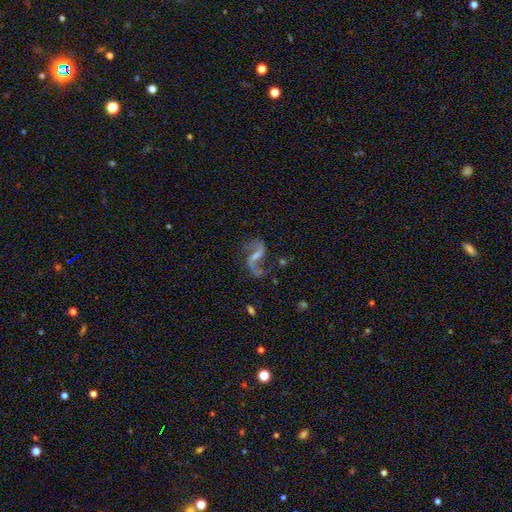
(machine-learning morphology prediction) This is clearly a featured or disk galaxy (88%). It is clearly not viewed edge-on (97%). Bar: possibly weak (48%). Spiral arm pattern: clearly yes (96%). Spiral arm count: clearly 2 (91%). Spiral winding: likely loose (76%). Central bulge: possibly small (48%). Merging: likely none (67%).